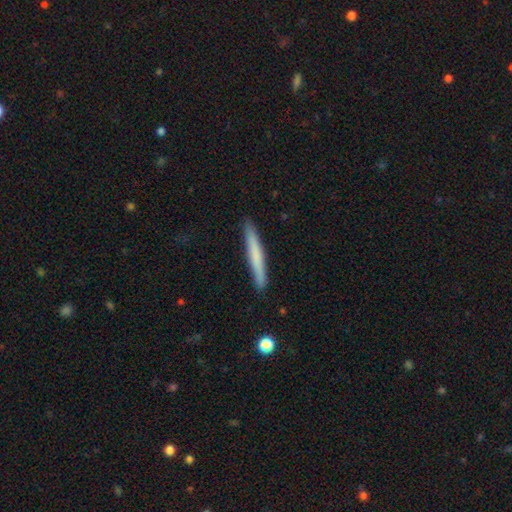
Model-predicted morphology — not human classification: smooth 67%, featured or disk 28%, star or artifact 5%. Down the decision tree: how rounded — cigar-shaped (97%); merging — none (91%).